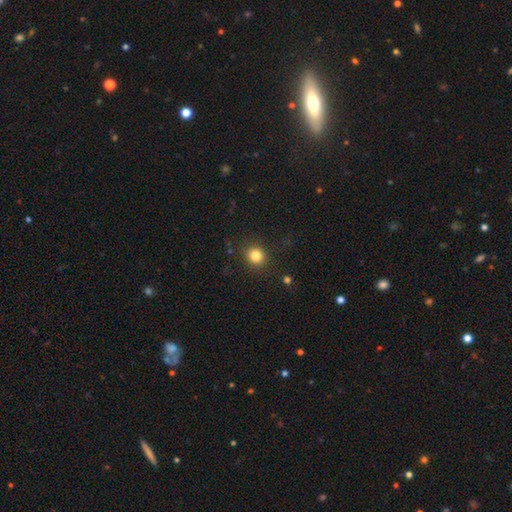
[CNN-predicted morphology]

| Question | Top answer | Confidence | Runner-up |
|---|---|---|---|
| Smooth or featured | smooth | 83% | star or artifact (12%) |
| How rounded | round | 83% | in between (16%) |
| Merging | none | 88% | minor disturbance (8%) |